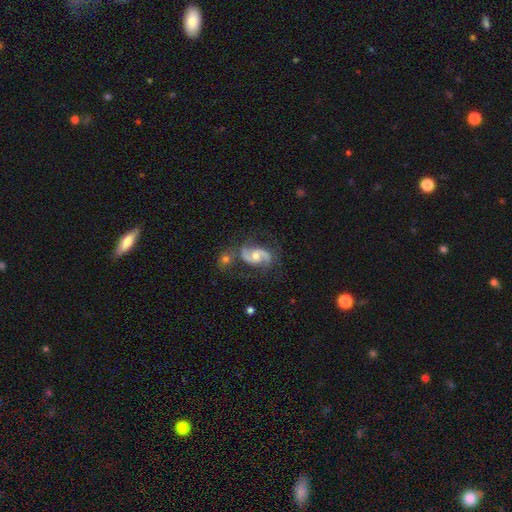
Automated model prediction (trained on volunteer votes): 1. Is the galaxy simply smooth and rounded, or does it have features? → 87% featured or disk, 7% smooth, 5% star or artifact.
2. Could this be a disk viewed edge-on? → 97% no, 3% yes.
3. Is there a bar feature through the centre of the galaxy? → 56% no, 34% weak, 9% strong.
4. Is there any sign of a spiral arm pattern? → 97% yes, 3% no.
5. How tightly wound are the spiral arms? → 49% medium, 37% loose, 14% tight.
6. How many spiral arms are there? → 93% 2, 2% can't tell, 2% 1, 1% 3, 1% 4, 1% more than 4.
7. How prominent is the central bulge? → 67% moderate, 26% small, 4% large, 2% none, 1% dominant.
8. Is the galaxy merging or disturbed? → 66% none, 17% minor disturbance, 9% merger, 8% major disturbance.